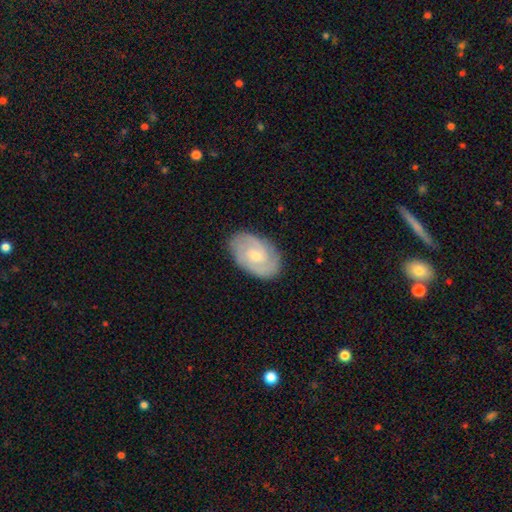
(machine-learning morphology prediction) Smooth or featured?
  - featured or disk: 78% *
  - smooth: 17%
  - star or artifact: 5%
Edge-on disk?
  - no: 97% *
  - yes: 3%
Bar?
  - no: 59% *
  - weak: 36%
  - strong: 5%
Spiral arms?
  - yes: 94% *
  - no: 6%
Spiral winding?
  - tight: 57% *
  - medium: 35%
  - loose: 7%
Spiral arm count?
  - 2: 66% *
  - can't tell: 14%
  - 3: 12%
  - 4: 3%
  - 1: 3%
  - more than 4: 2%
Bulge size?
  - small: 60% *
  - moderate: 36%
  - none: 2%
  - large: 1%
  - dominant: 1%
Merging?
  - none: 84% *
  - minor disturbance: 12%
  - major disturbance: 3%
  - merger: 1%